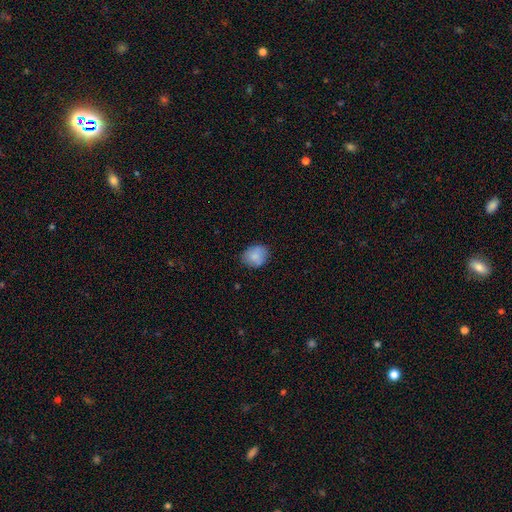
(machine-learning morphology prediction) Smooth or featured?
  - smooth: 84% *
  - featured or disk: 8%
  - star or artifact: 8%
How rounded?
  - round: 55% *
  - in between: 44%
  - cigar-shaped: 1%
Merging?
  - none: 77% *
  - minor disturbance: 18%
  - major disturbance: 4%
  - merger: 1%